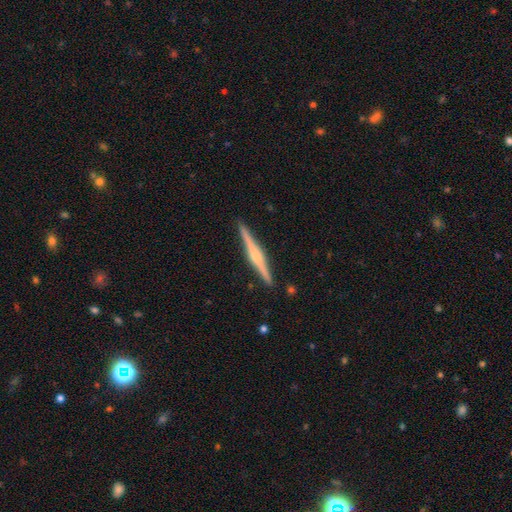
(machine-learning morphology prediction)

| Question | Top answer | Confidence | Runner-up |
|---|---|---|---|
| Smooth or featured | featured or disk | 77% | smooth (17%) |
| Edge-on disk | yes | 99% | no (1%) |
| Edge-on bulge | rounded | 78% | boxy (13%) |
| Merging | none | 92% | minor disturbance (6%) |